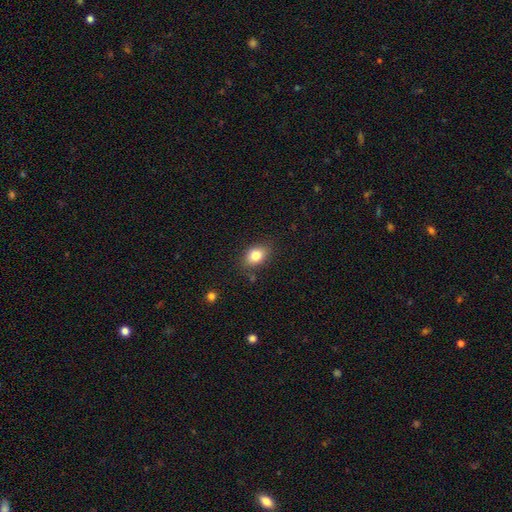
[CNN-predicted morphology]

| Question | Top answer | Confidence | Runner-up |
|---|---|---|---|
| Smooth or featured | smooth | 82% | star or artifact (9%) |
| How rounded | in between | 73% | round (25%) |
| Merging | none | 80% | minor disturbance (15%) |